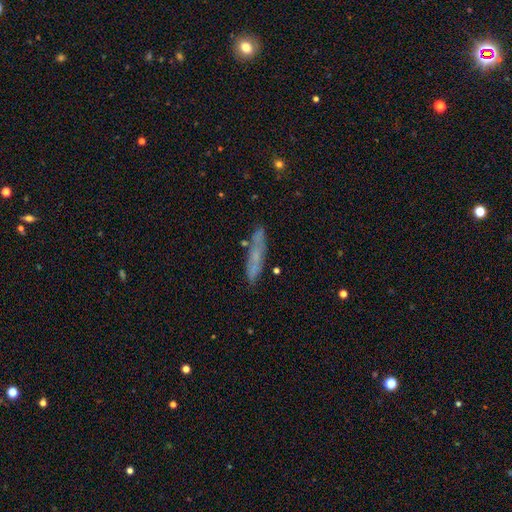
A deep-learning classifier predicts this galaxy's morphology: Overall: smooth (53%; featured or disk 37%). How rounded: cigar-shaped (86%). Merging: none (76%).